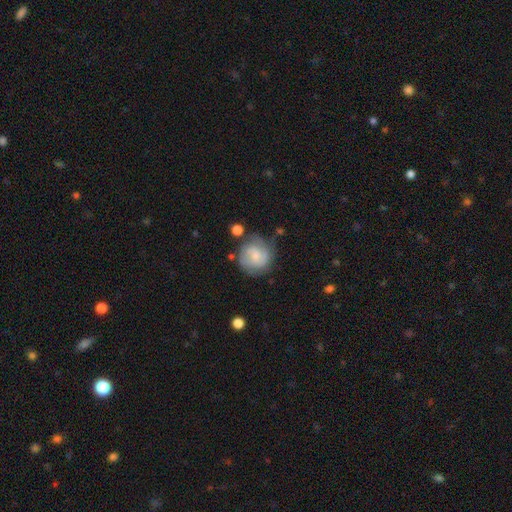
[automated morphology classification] This appears to be a featured or disk galaxy (52%) with no bar (59%), spiral arms (84%) and a small central bulge (50%). Merging: none (63%).